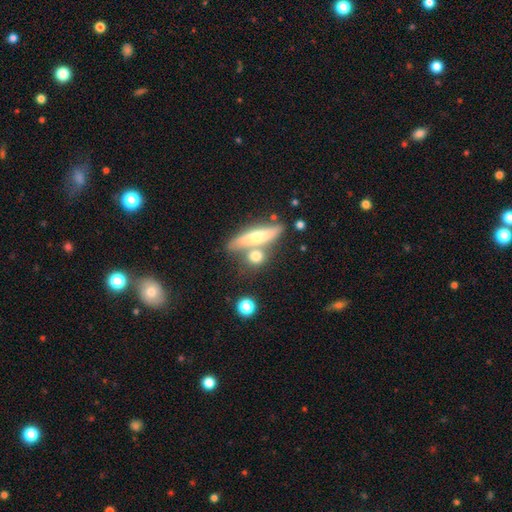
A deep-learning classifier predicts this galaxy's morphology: Smooth or featured? smooth (61%)
How rounded? round (37%)
Merging? none (53%)